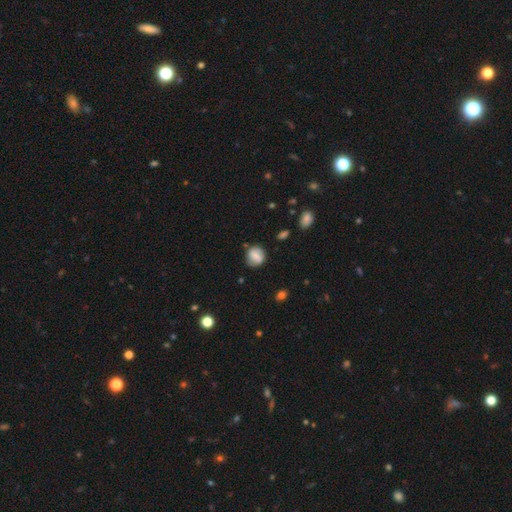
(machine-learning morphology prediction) The model was most divided on "smooth or featured": smooth: 66%, featured or disk: 25%, star or artifact: 9%. More confident: how rounded — round (74%); merging — none (69%).